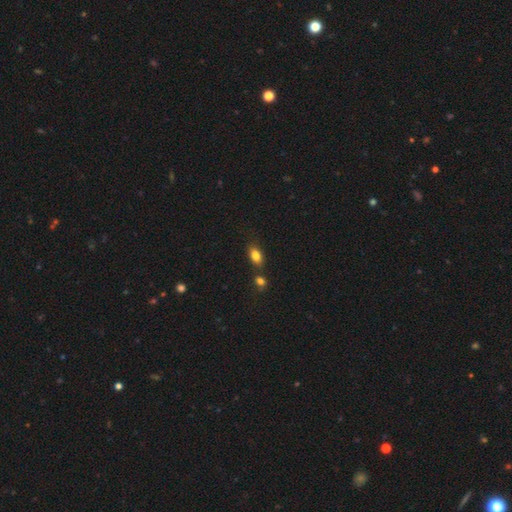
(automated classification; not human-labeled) Smooth or featured? Predicted: smooth (p=0.82). How rounded? Predicted: in between (p=0.85). Merging? Predicted: none (p=0.69).